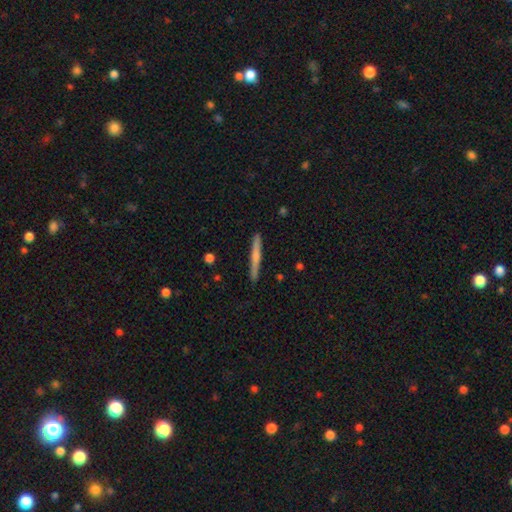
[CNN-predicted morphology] Q: Smooth or featured?
A: smooth (56%); runner-up: featured or disk (38%)
Q: How rounded?
A: cigar-shaped (96%); runner-up: in between (3%)
Q: Merging?
A: none (90%); runner-up: minor disturbance (8%)